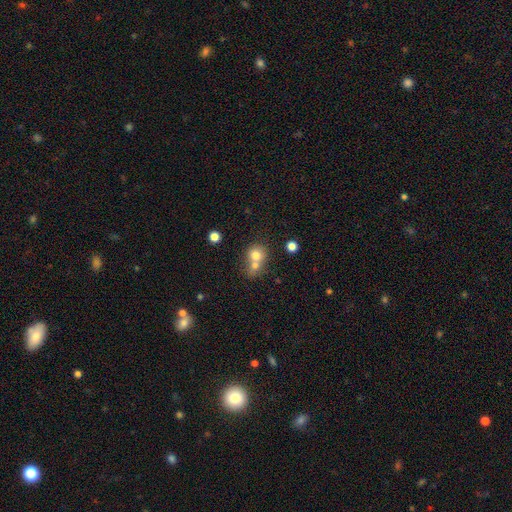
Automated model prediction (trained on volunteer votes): Q: Smooth or featured?
A: smooth (73%); runner-up: featured or disk (15%)
Q: How rounded?
A: round (79%); runner-up: in between (20%)
Q: Merging?
A: merger (60%); runner-up: none (31%)